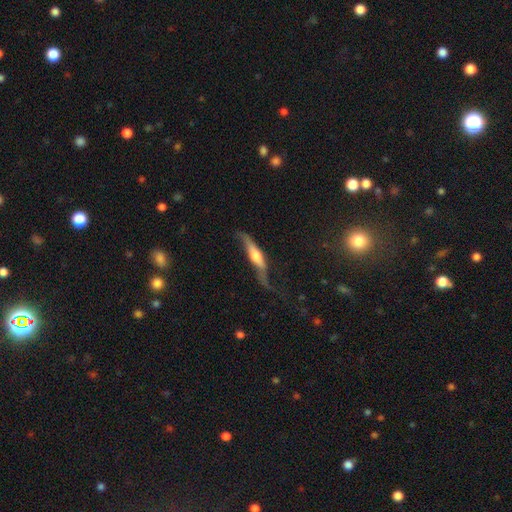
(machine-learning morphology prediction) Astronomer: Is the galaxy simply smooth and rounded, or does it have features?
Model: featured or disk — 56% (runner-up: smooth, 38%).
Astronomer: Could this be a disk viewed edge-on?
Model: yes — 74%.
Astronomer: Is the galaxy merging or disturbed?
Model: none — 36% (runner-up: major disturbance, 32%).